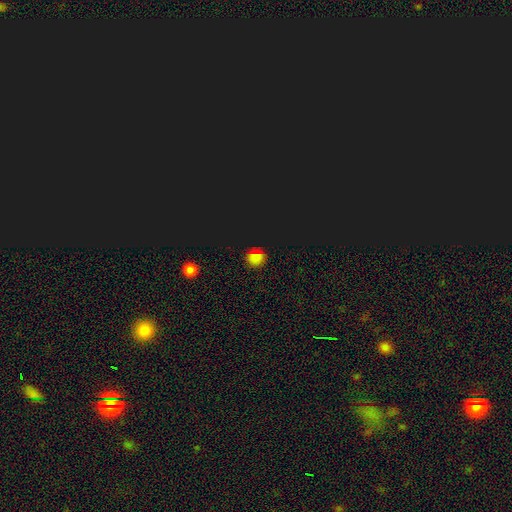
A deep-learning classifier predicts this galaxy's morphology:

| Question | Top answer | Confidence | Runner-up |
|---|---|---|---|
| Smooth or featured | smooth | 60% | star or artifact (34%) |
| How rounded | round | 78% | in between (20%) |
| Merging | none | 86% | minor disturbance (10%) |